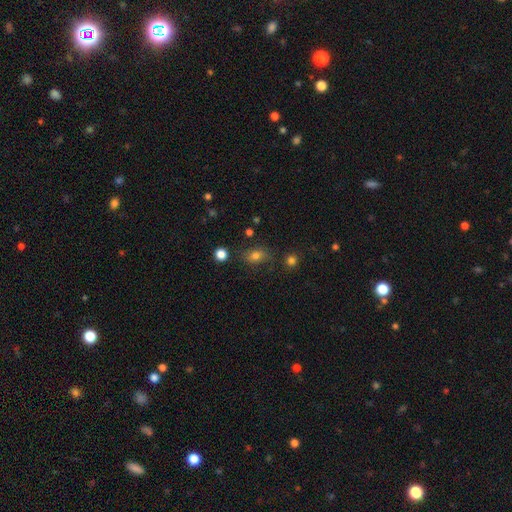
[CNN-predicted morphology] This appears to be a smooth galaxy with no disk features (79%) that is in between round and cigar-shaped (72%). Merging: none (77%).